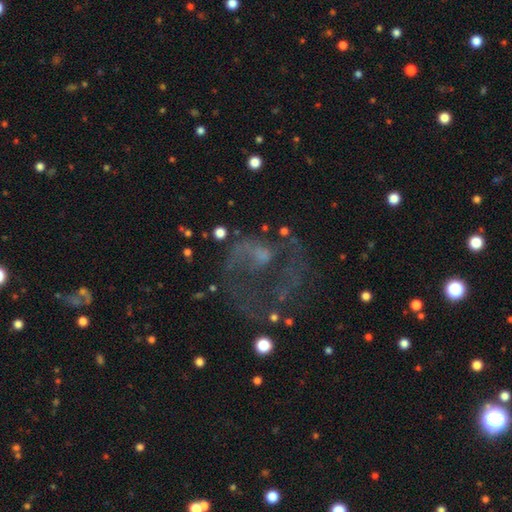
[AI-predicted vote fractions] smooth_or_featured: featured or disk (p=0.61) [alt: star or artifact p=0.20]
disk_edge_on: no (p=0.97) [alt: yes p=0.03]
bar: no (p=0.75) [alt: weak p=0.19]
has_spiral_arms: yes (p=0.51) [alt: no p=0.49]
bulge_size: moderate (p=0.31) [tied with: small p=0.31]
merging: none (p=0.40) [tied with: major disturbance p=0.40]